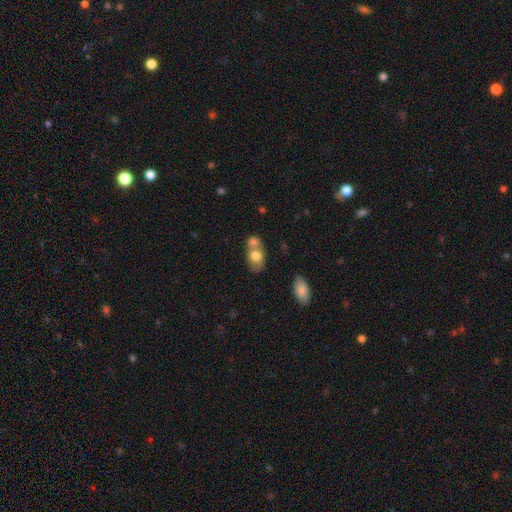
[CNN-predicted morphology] A smooth galaxy with no disk features (75%) that is in between round and cigar-shaped (71%). Merging: merger (56%).